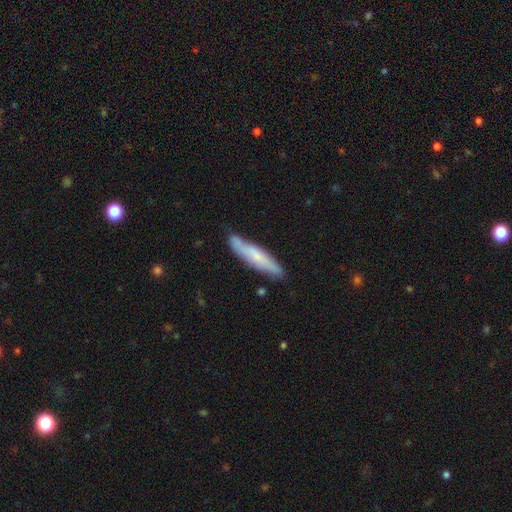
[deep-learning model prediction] A smooth galaxy with no disk features (56%) that is cigar-shaped (86%).

Vote fractions:
- Smooth or featured? smooth: 56% / featured or disk: 38% / star or artifact: 6%
- How rounded? cigar-shaped: 86% / in between: 12% / round: 1%
- Merging? none: 77% / minor disturbance: 18% / major disturbance: 3% / merger: 3%